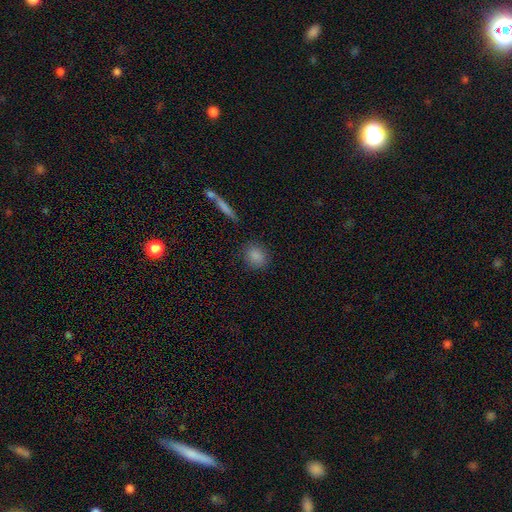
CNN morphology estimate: smooth_or_featured: smooth (p=0.85) [alt: star or artifact p=0.10]
how_rounded: round (p=0.74) [alt: in between p=0.24]
merging: none (p=0.86) [alt: minor disturbance p=0.09]